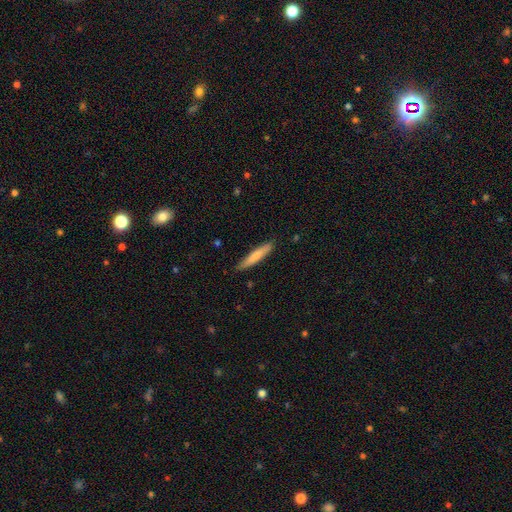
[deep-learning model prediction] The model was most divided on "smooth or featured": smooth: 75%, featured or disk: 20%, star or artifact: 5%. More confident: how rounded — cigar-shaped (92%); merging — none (87%).